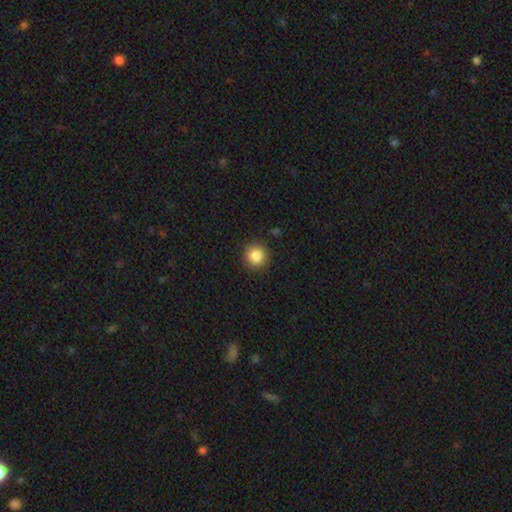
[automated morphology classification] A smooth galaxy with no disk features (86%) that is round (93%).

Vote fractions:
- Smooth or featured? smooth: 86% / star or artifact: 10% / featured or disk: 4%
- How rounded? round: 93% / in between: 6% / cigar-shaped: 1%
- Merging? none: 90% / minor disturbance: 7% / major disturbance: 2% / merger: 1%